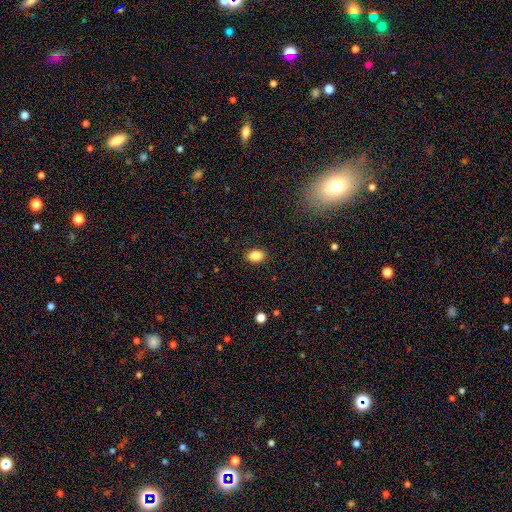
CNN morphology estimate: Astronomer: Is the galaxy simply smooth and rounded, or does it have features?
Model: smooth — 86%.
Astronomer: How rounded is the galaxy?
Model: in between — 78%.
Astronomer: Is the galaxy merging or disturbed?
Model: none — 89%.